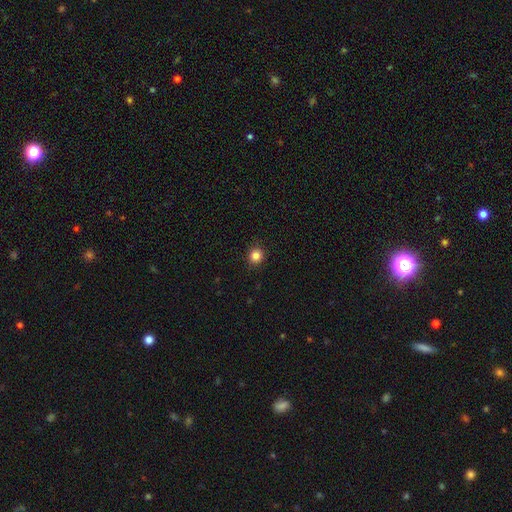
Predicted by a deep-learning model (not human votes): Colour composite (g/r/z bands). It shows a smooth galaxy with no disk features (84%) that is round (89%). Merging: none (91%).